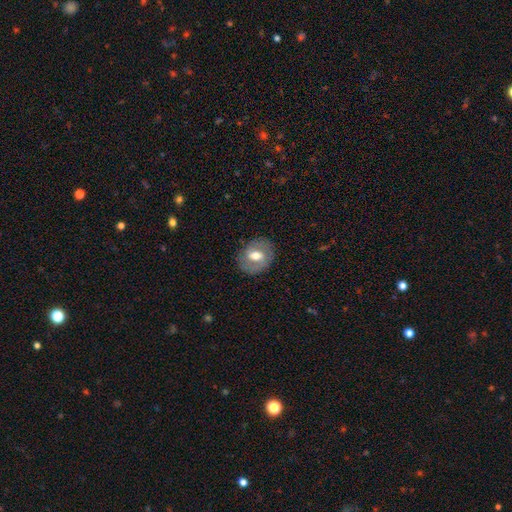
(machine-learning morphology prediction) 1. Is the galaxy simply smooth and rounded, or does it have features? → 53% smooth, 39% featured or disk, 7% star or artifact.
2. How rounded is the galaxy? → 51% in between, 47% round, 1% cigar-shaped.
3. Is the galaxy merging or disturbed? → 82% none, 13% minor disturbance, 5% major disturbance, 1% merger.